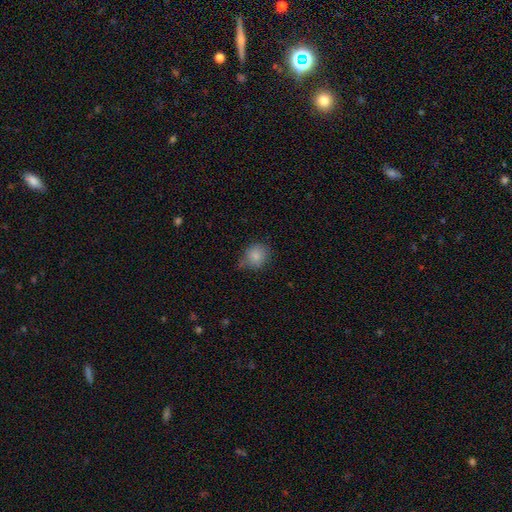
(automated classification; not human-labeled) Smooth or featured: smooth — 84% (star or artifact — 9%)
How rounded: round — 79% (in between — 20%)
Merging: none — 64% (minor disturbance — 27%)